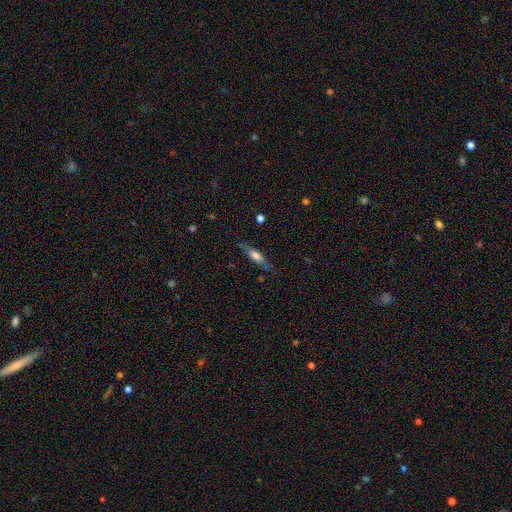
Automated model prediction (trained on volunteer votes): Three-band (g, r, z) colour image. It shows a smooth galaxy with no disk features (52%) that is cigar-shaped (65%). Merging: none (75%).